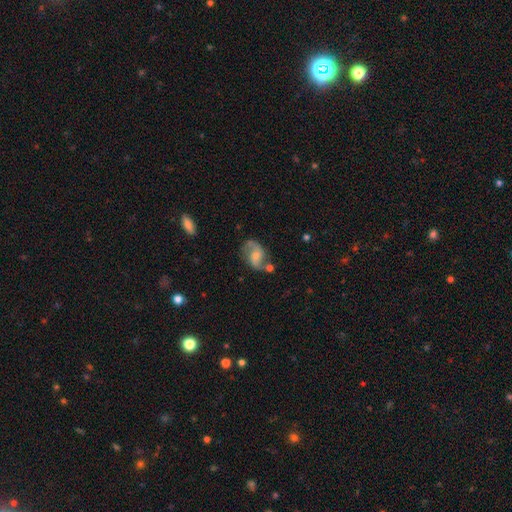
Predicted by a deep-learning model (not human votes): featured or disk 73%, smooth 20%, star or artifact 7%. Down the decision tree: edge-on disk — no (97%); bar — no (53%); spiral arms — yes (92%); spiral arm count — 2 (88%); spiral winding — loose (52%); bulge size — small (50%); merging — none (60%).